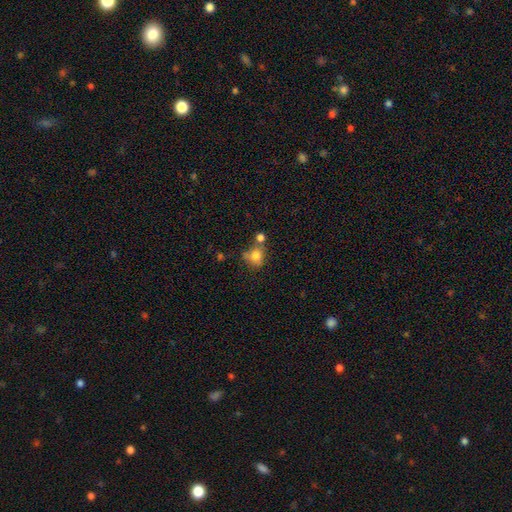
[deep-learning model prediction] smooth-or-featured: smooth: 79% | star or artifact: 11% | featured or disk: 10%
  how-rounded: round: 70% | in between: 29% | cigar-shaped: 1%
  merging: none: 49% | merger: 26% | minor disturbance: 18% | major disturbance: 7%